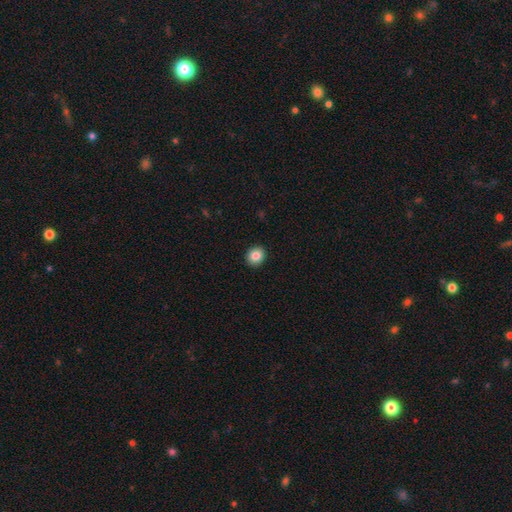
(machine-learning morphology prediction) type=smooth (85%); roundness=round (80%); merging=none (92%).